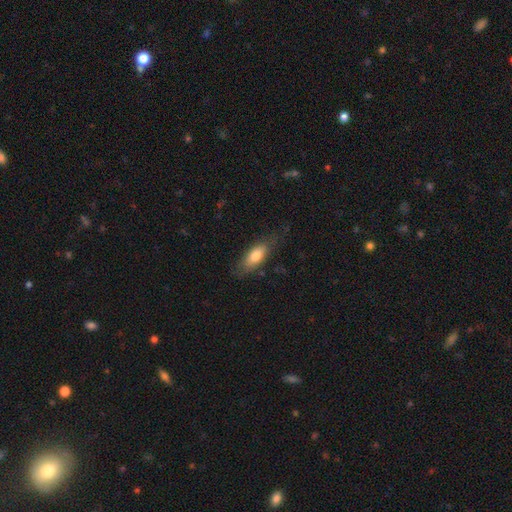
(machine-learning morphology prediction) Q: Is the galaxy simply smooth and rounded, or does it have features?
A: smooth — 74%.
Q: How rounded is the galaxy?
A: in between — 75%.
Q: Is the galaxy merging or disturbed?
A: none — 67%.